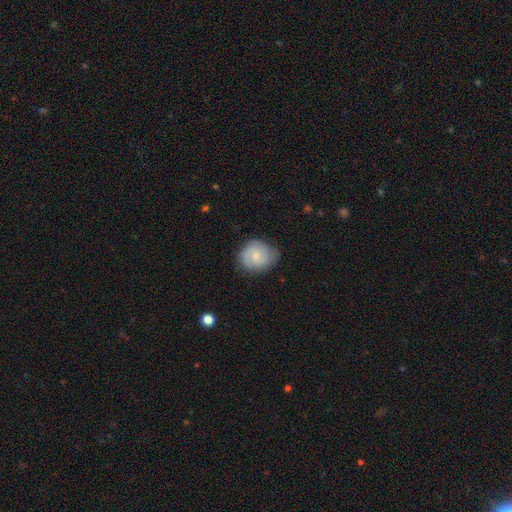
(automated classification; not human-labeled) Q: Smooth or featured?
A: smooth (53%); runner-up: featured or disk (40%)
Q: How rounded?
A: round (73%); runner-up: in between (26%)
Q: Merging?
A: none (68%); runner-up: minor disturbance (25%)